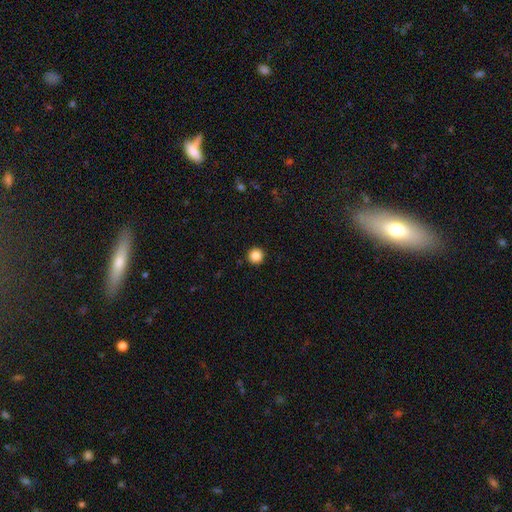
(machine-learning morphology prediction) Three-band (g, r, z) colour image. It shows a smooth galaxy with no disk features (86%) that is round (96%). Merging: none (93%).